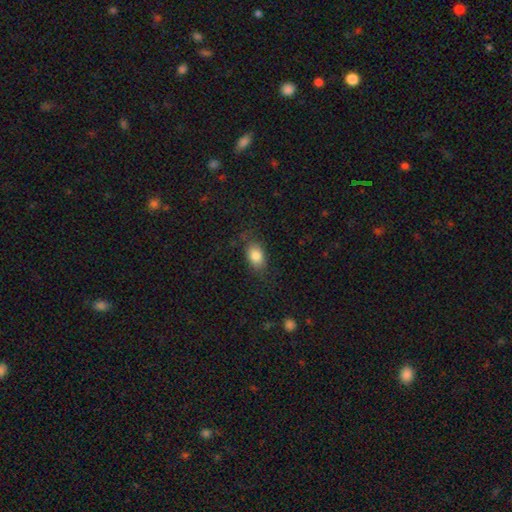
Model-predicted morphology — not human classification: smooth 84%, star or artifact 9%, featured or disk 8%. Down the decision tree: how rounded — in between (84%); merging — none (77%).